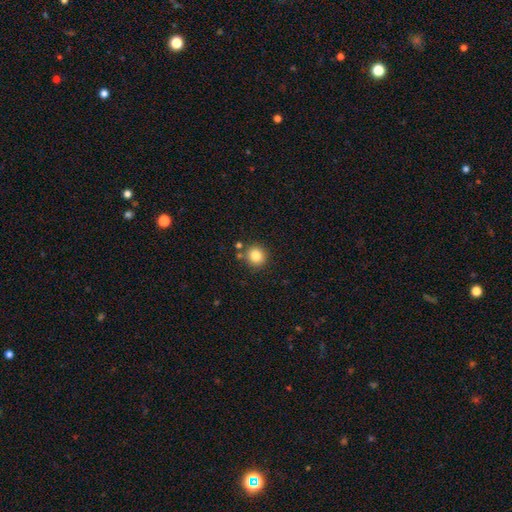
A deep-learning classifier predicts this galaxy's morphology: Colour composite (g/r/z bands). It shows a smooth galaxy with no disk features (83%) that is round (89%). Merging: none (81%).